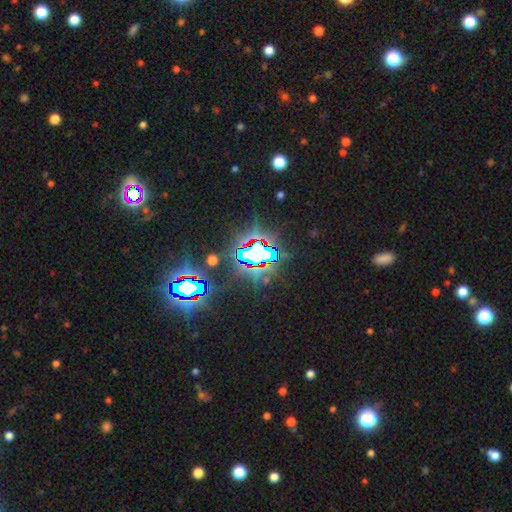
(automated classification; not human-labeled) Smooth or featured: star or artifact — 78% (smooth — 12%)